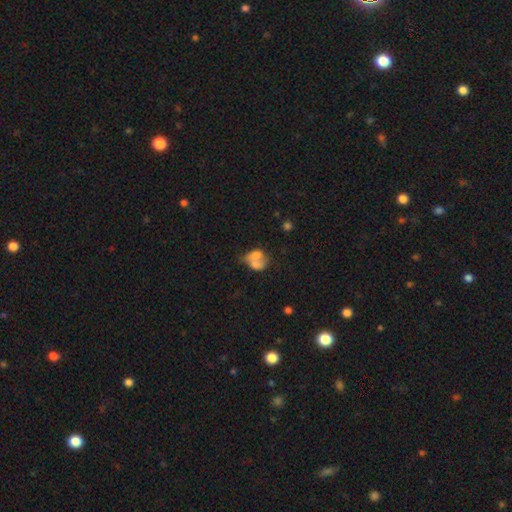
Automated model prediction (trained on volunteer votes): Smooth or featured: smooth — 61% (featured or disk — 28%)
How rounded: in between — 62% (round — 36%)
Merging: merger — 64% (none — 18%)